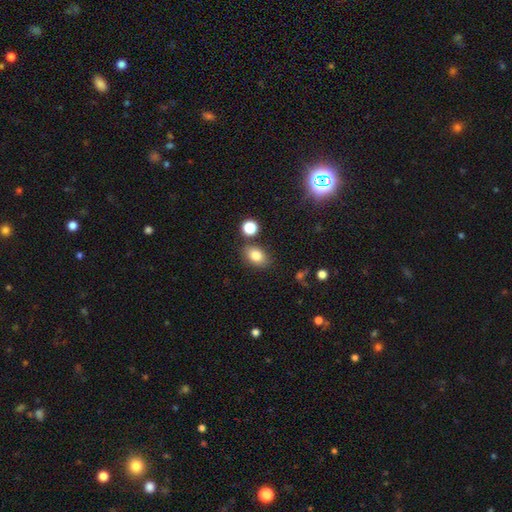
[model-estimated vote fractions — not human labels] A smooth galaxy with no disk features (81%) that is in between round and cigar-shaped (80%). Merging: none (80%).